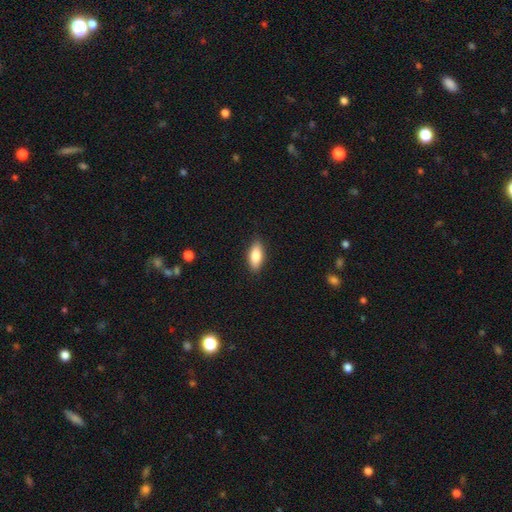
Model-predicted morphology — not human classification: Smooth or featured? Predicted: smooth (p=0.82). How rounded? Predicted: in between (p=0.83). Merging? Predicted: none (p=0.87).